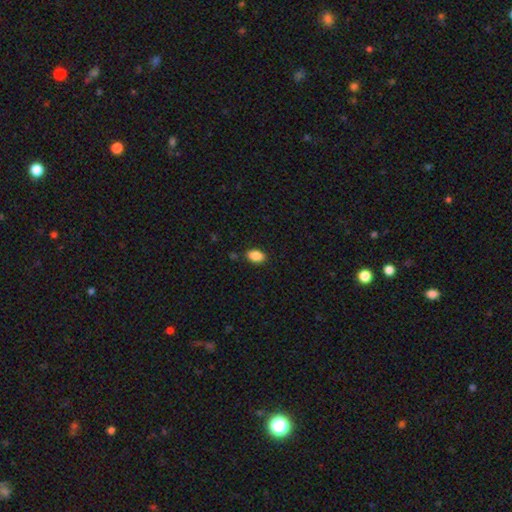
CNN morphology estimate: Q: Smooth or featured?
A: smooth (88%); runner-up: star or artifact (8%)
Q: How rounded?
A: in between (89%); runner-up: round (9%)
Q: Merging?
A: none (86%); runner-up: minor disturbance (10%)